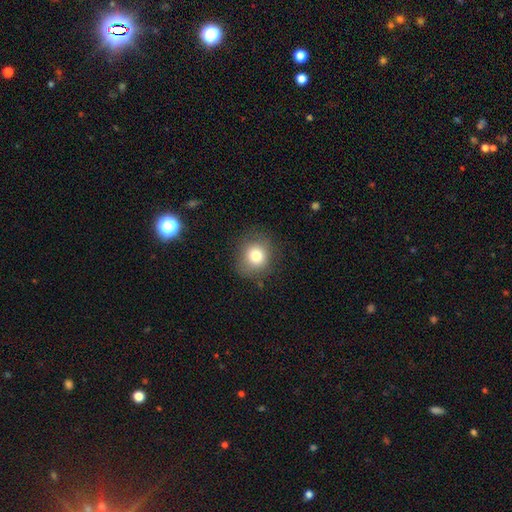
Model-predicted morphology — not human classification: smooth_or_featured: smooth (p=0.79) [alt: star or artifact p=0.11]
how_rounded: round (p=0.82) [alt: in between p=0.18]
merging: none (p=0.82) [alt: minor disturbance p=0.12]